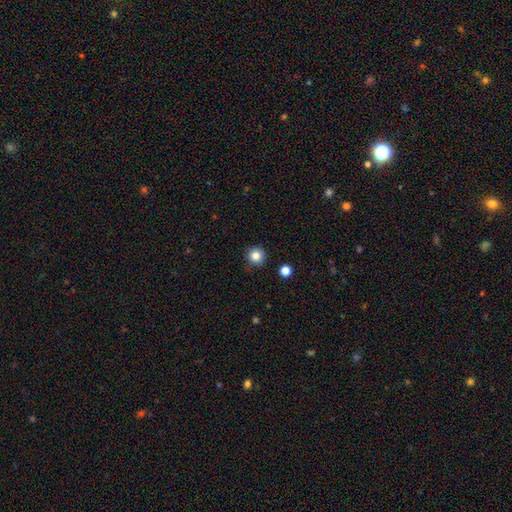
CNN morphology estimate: Overall: smooth (84%). How rounded: round (95%). Merging: none (90%).